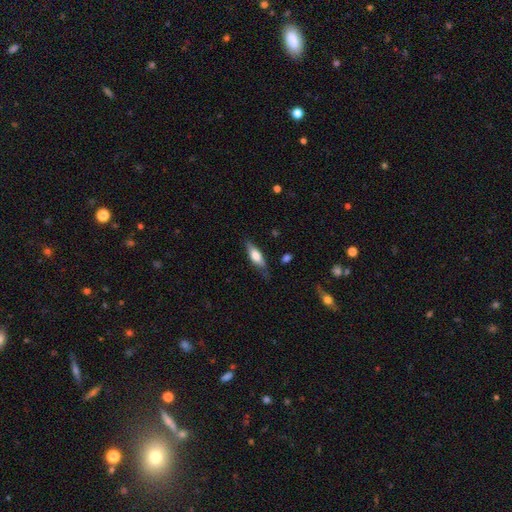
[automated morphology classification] The model was most divided on "how rounded": in between: 59%, cigar-shaped: 39%, round: 2%. More confident: merging — none (70%); smooth or featured — smooth (62%).